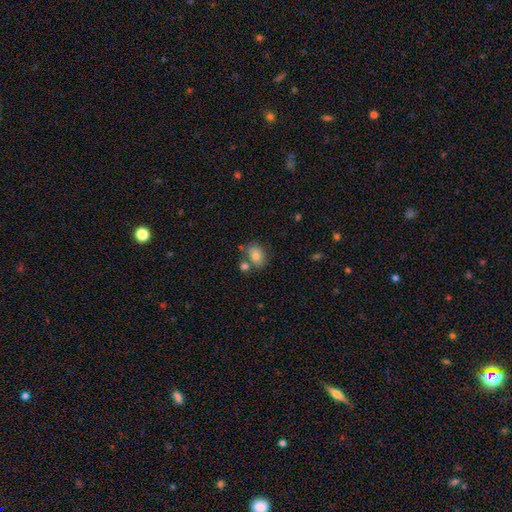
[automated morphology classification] Smooth or featured? smooth (78%)
How rounded? in between (73%)
Merging? none (62%)